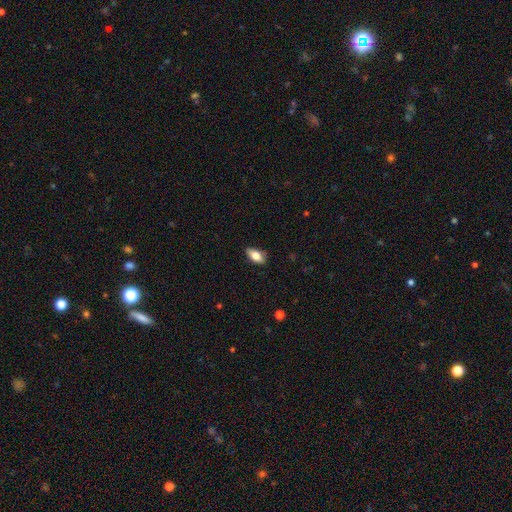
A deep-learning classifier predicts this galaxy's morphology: type=smooth (76%); roundness=in between (88%); merging=none (81%).